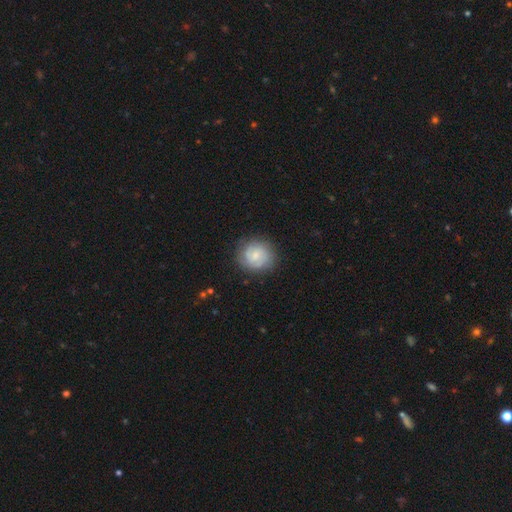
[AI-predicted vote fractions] This appears to be a smooth galaxy with no disk features (48%). Merging: none (81%).